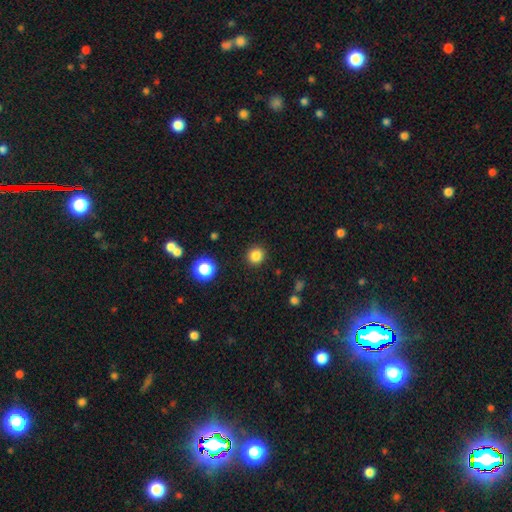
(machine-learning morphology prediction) A smooth galaxy with no disk features (84%) that is round (92%).

Vote fractions:
- Smooth or featured? smooth: 84% / star or artifact: 13% / featured or disk: 4%
- How rounded? round: 92% / in between: 7% / cigar-shaped: 1%
- Merging? none: 91% / minor disturbance: 6% / major disturbance: 2% / merger: 1%